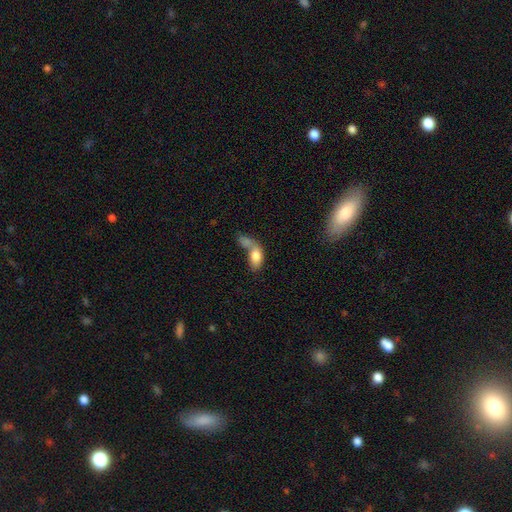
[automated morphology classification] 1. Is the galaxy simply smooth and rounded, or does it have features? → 77% smooth, 15% featured or disk, 7% star or artifact.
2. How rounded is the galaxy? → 84% in between, 11% round, 5% cigar-shaped.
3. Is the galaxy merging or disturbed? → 61% merger, 16% none, 14% major disturbance, 9% minor disturbance.